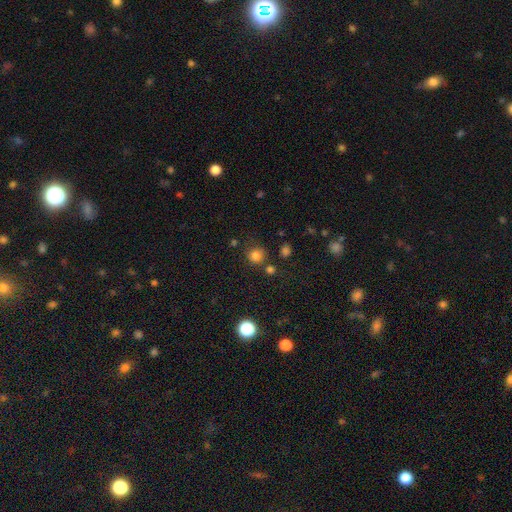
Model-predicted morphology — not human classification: This appears to be a smooth galaxy with no disk features (80%) that is round (90%). Merging: none (75%).